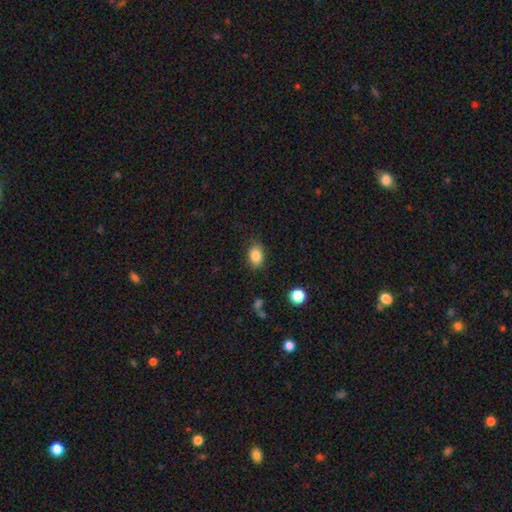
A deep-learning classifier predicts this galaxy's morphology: This appears to be a smooth galaxy with no disk features (85%) that is in between round and cigar-shaped (79%). Merging: none (84%).